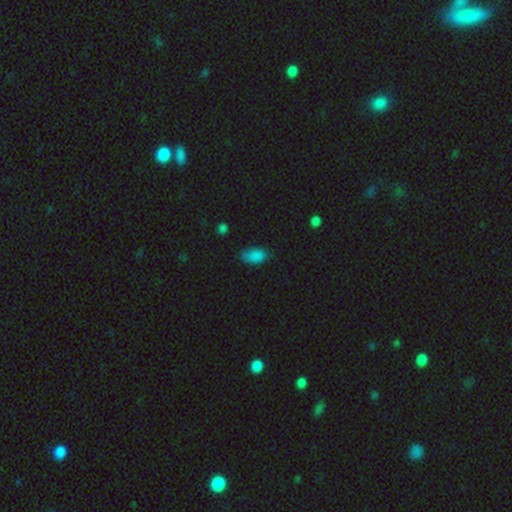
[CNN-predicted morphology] A smooth galaxy with no disk features (84%) that is in between round and cigar-shaped (92%).

Vote fractions:
- Smooth or featured? smooth: 84% / star or artifact: 11% / featured or disk: 5%
- How rounded? in between: 92% / round: 5% / cigar-shaped: 3%
- Merging? none: 71% / minor disturbance: 23% / major disturbance: 5% / merger: 2%